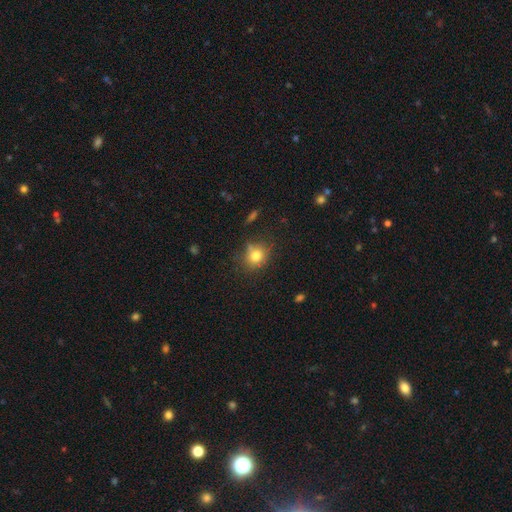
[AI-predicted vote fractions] Q: Smooth or featured?
A: smooth (78%); runner-up: star or artifact (12%)
Q: How rounded?
A: round (76%); runner-up: in between (23%)
Q: Merging?
A: none (73%); runner-up: minor disturbance (18%)